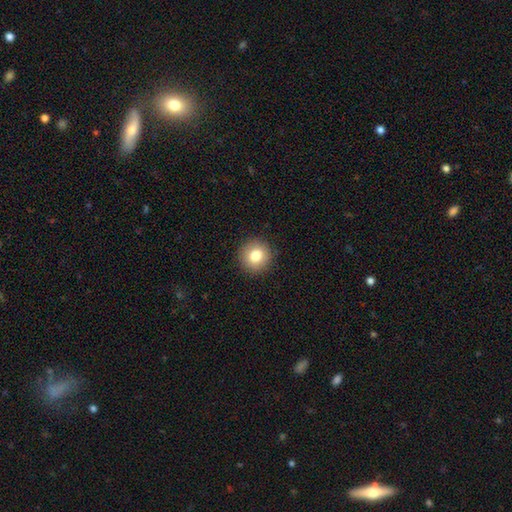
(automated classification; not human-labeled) Overall: smooth (81%). How rounded: round (93%). Merging: none (91%).